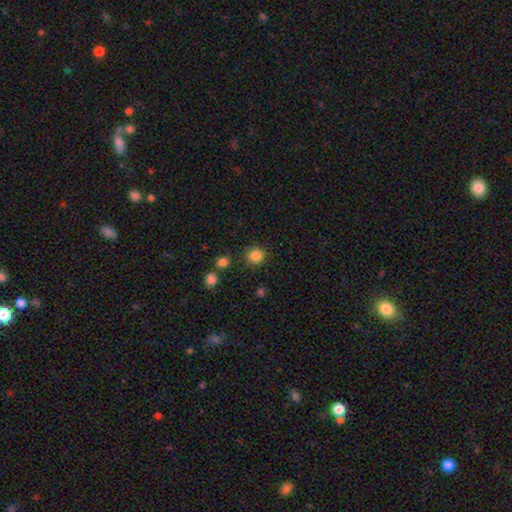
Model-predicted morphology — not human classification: A smooth galaxy with no disk features (85%) that is round (91%). Merging: none (87%).